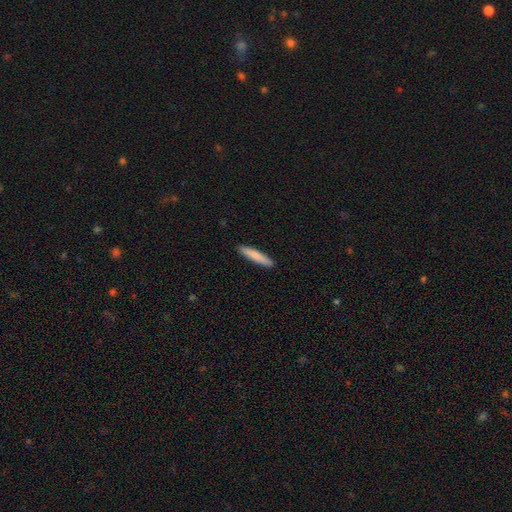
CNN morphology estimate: Smooth or featured? Predicted: smooth (p=0.82). How rounded? Predicted: cigar-shaped (p=0.92). Merging? Predicted: none (p=0.92).